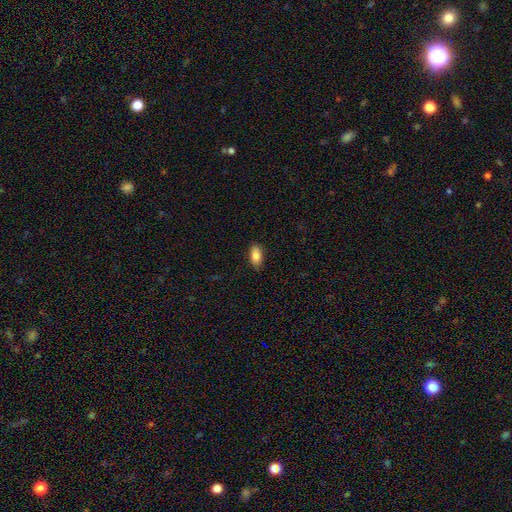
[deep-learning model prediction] smooth 84%, featured or disk 9%, star or artifact 7%. Down the decision tree: how rounded — in between (91%); merging — none (88%).